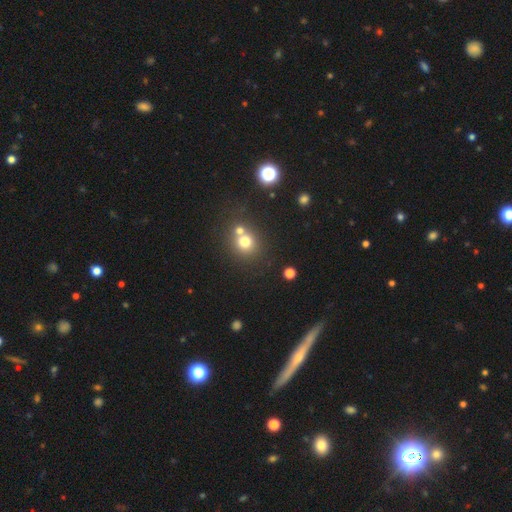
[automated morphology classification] A smooth galaxy with no disk features (48%). Merging: none (80%).